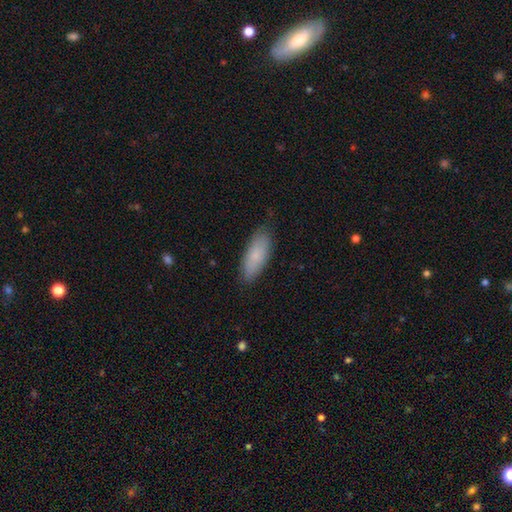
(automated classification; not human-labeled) smooth-or-featured: smooth: 81% | featured or disk: 14% | star or artifact: 6%
  how-rounded: in between: 73% | cigar-shaped: 25% | round: 2%
  merging: none: 82% | minor disturbance: 15% | major disturbance: 3% | merger: 1%